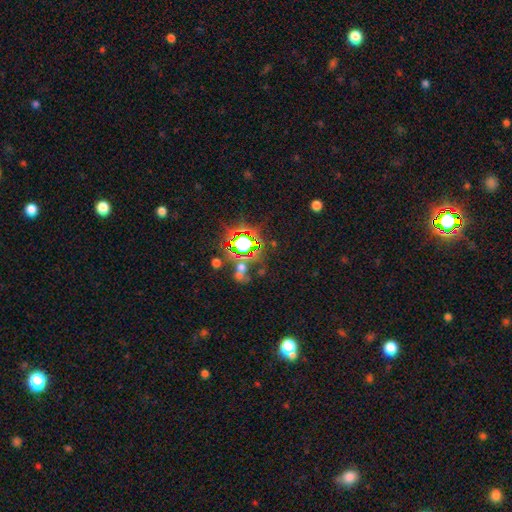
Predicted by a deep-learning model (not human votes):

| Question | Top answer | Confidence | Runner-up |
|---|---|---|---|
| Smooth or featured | star or artifact | 79% | smooth (13%) |